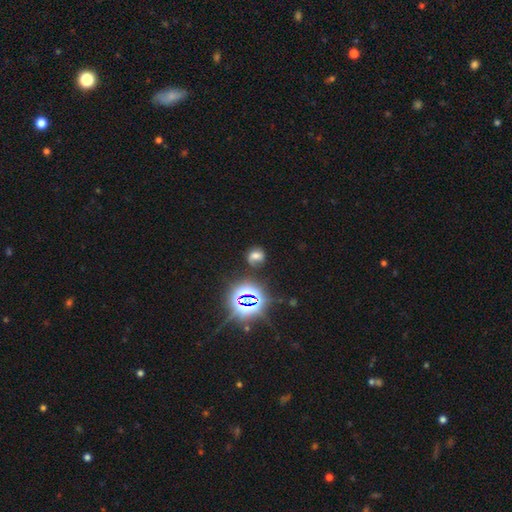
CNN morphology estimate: Smooth or featured? smooth (50%)
Merging? none (64%)